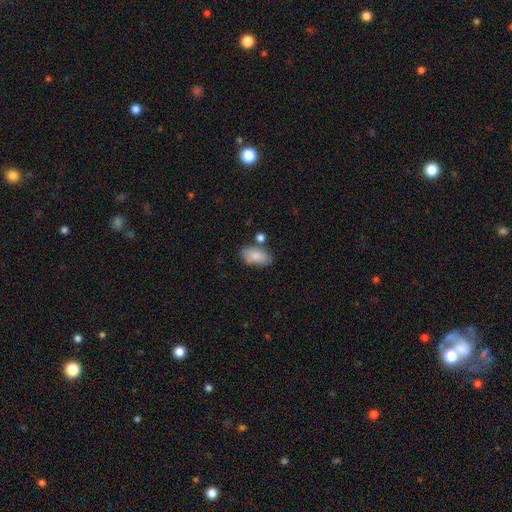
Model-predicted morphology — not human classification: Q: Smooth or featured?
A: smooth (84%); runner-up: featured or disk (10%)
Q: How rounded?
A: in between (93%); runner-up: round (4%)
Q: Merging?
A: none (67%); runner-up: minor disturbance (18%)